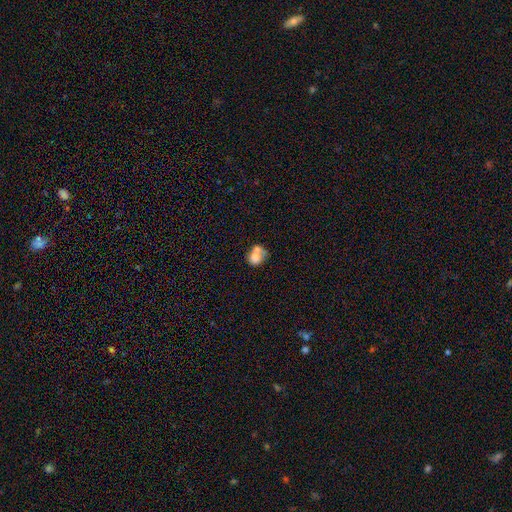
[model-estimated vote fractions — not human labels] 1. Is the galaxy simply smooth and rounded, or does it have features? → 71% smooth, 19% featured or disk, 9% star or artifact.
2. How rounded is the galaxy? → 54% round, 45% in between, 1% cigar-shaped.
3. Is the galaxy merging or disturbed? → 55% merger, 25% none, 11% minor disturbance, 8% major disturbance.